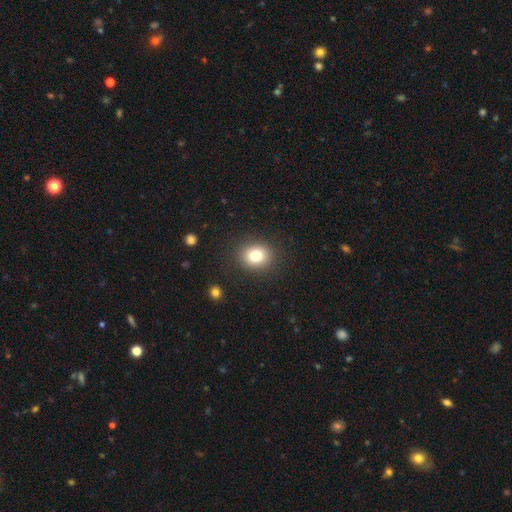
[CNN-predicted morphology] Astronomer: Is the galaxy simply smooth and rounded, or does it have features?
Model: smooth — 80%.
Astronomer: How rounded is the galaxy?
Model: round — 68%.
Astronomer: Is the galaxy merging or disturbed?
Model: none — 88%.